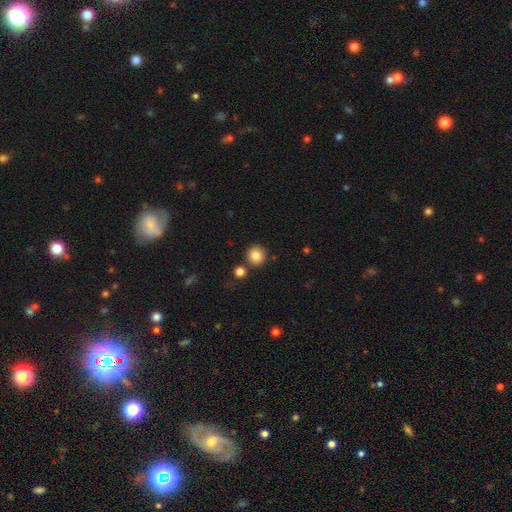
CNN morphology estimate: This is clearly a smooth galaxy (85%). How rounded: clearly round (93%). Merging: clearly none (83%).